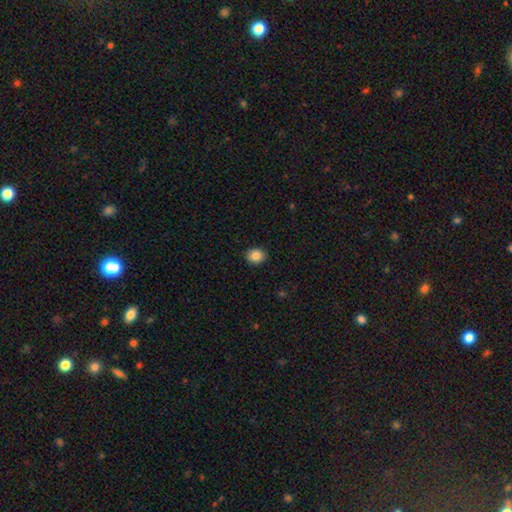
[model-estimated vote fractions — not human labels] Morphology: type=smooth (86%); roundness=round (70%); merging=none (91%).